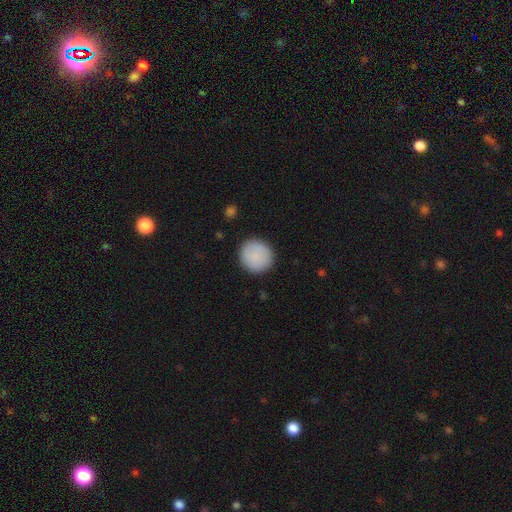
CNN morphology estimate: smooth 87%, star or artifact 7%, featured or disk 6%. Down the decision tree: how rounded — round (93%); merging — none (89%).